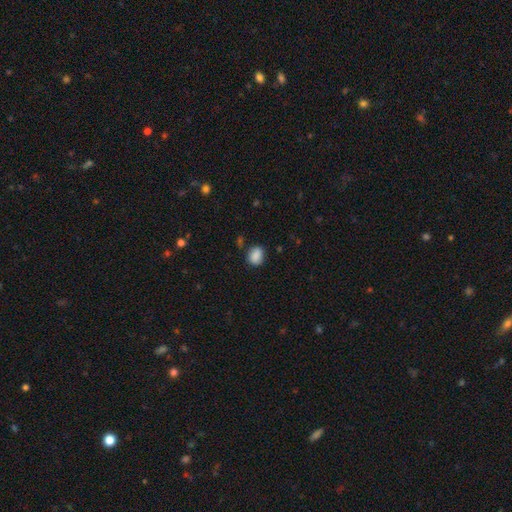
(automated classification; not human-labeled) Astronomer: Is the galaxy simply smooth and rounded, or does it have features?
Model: smooth — 87%.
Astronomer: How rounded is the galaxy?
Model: in between — 57% (runner-up: round, 42%).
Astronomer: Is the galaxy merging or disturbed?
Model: none — 76%.